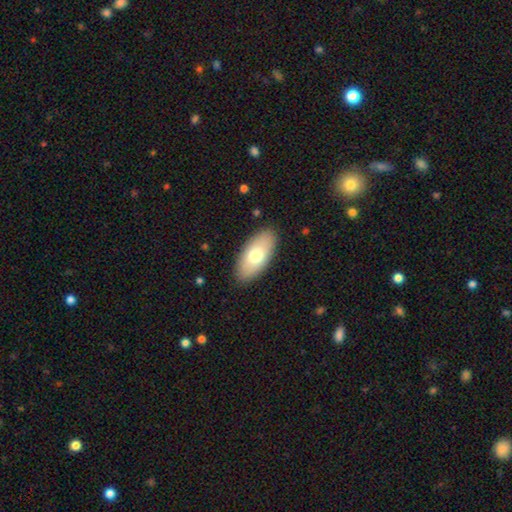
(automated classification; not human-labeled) Smooth or featured? Predicted: smooth (p=0.72). How rounded? Predicted: in between (p=0.92). Merging? Predicted: none (p=0.88).